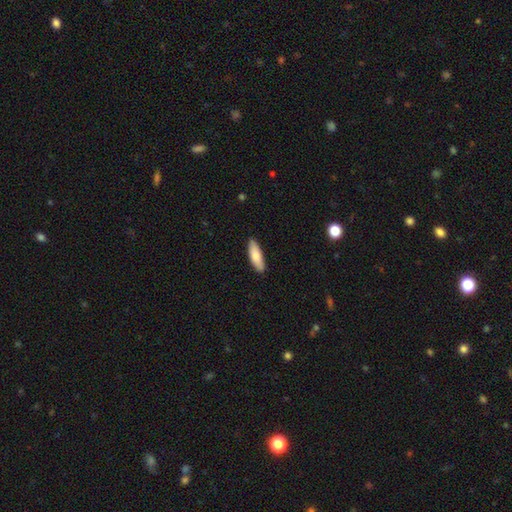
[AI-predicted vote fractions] Overall: smooth (78%). How rounded: cigar-shaped (50%; in between 49%). Merging: none (88%).